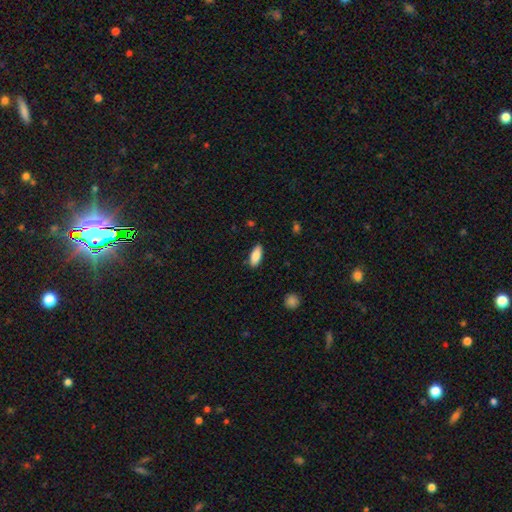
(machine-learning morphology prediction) A smooth galaxy with no disk features (86%) that is in between round and cigar-shaped (81%). Merging: none (86%).